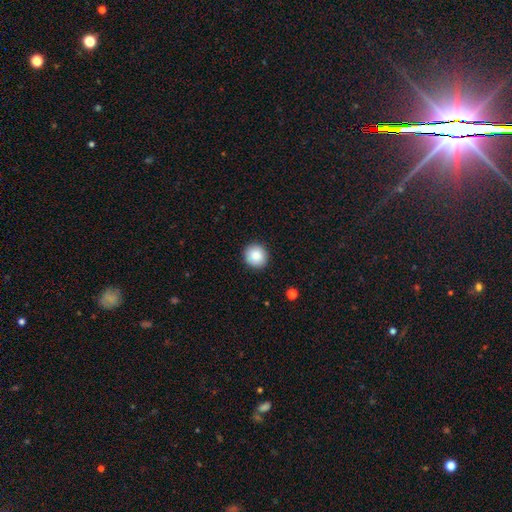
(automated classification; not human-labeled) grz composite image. It shows a smooth galaxy with no disk features (88%) that is round (94%). Merging: none (92%).